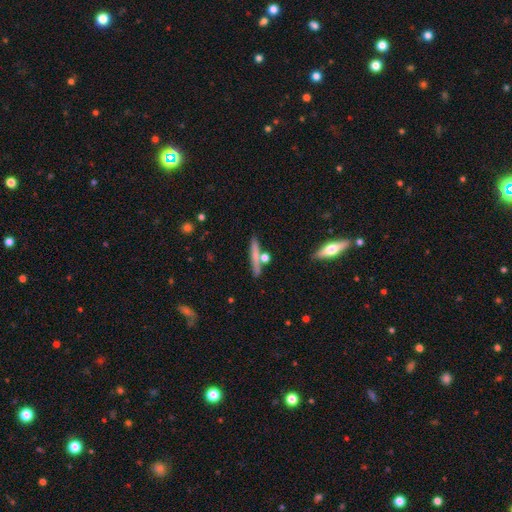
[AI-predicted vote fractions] A smooth galaxy with no disk features (59%) that is cigar-shaped (87%). Merging: none (74%).